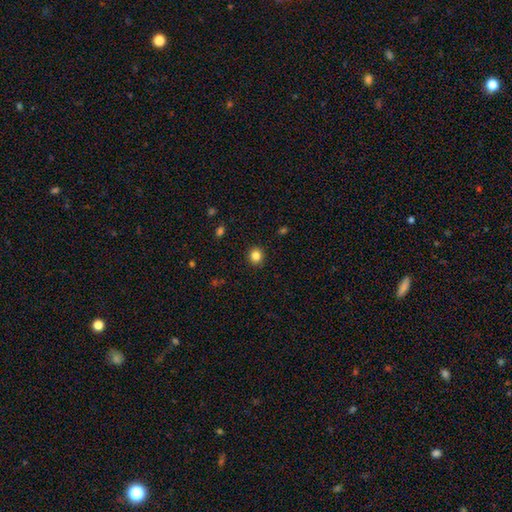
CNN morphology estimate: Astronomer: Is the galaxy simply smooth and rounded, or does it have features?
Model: smooth — 84%.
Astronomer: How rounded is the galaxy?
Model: round — 87%.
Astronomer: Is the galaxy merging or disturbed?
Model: none — 91%.